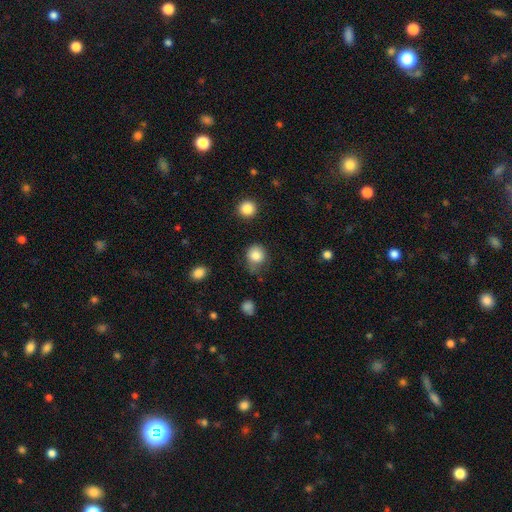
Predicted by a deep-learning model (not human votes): A smooth galaxy with no disk features (83%) that is round (78%). Merging: none (54%).